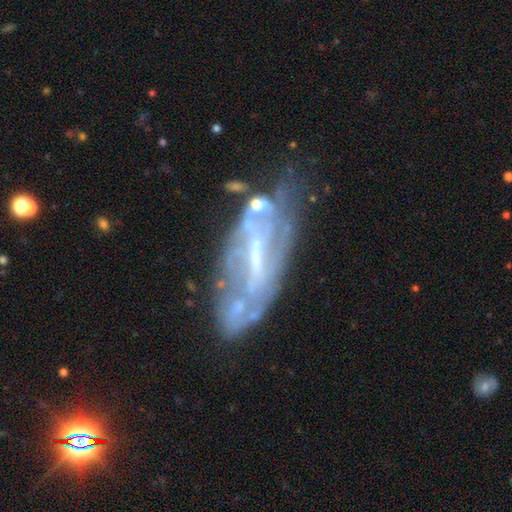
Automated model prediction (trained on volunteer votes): The model was most divided on "bar": weak: 39%, strong: 38%, no: 23%. More confident: edge-on disk — no (86%); smooth or featured — featured or disk (77%); spiral arms — yes (57%); bulge size — small (55%); merging — none (53%).